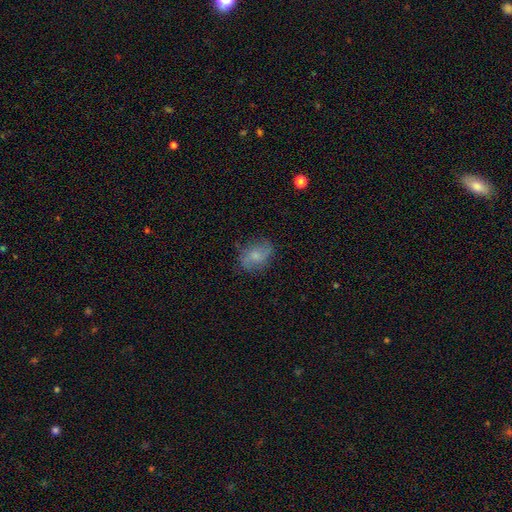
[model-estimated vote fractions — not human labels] smooth-or-featured: smooth: 54% | featured or disk: 37% | star or artifact: 9%
  how-rounded: in between: 68% | round: 30% | cigar-shaped: 2%
  merging: none: 71% | minor disturbance: 20% | major disturbance: 7% | merger: 1%